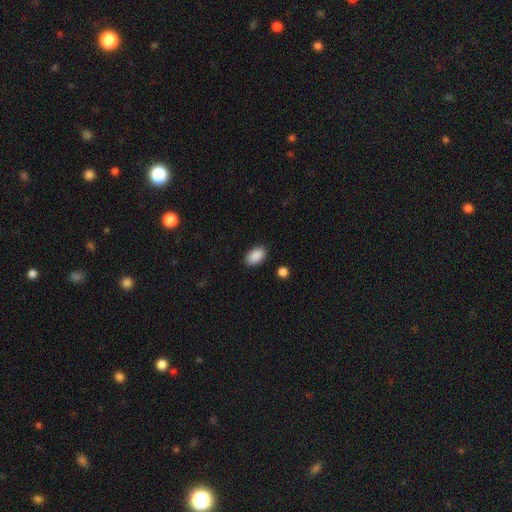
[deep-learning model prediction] smooth_or_featured: smooth (p=0.90) [alt: star or artifact p=0.07]
how_rounded: in between (p=0.93) [alt: round p=0.06]
merging: none (p=0.88) [alt: minor disturbance p=0.08]